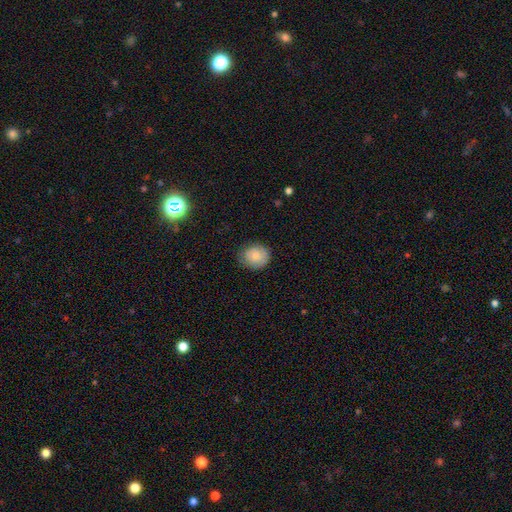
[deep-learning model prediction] A smooth galaxy with no disk features (81%) that is round (69%). Merging: none (77%).